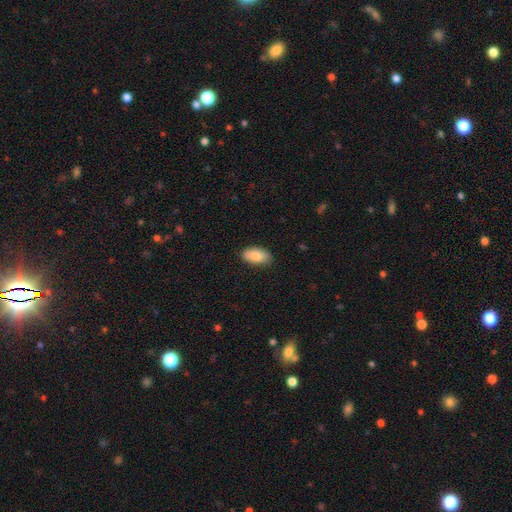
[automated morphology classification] type=smooth (87%); roundness=in between (94%); merging=none (84%).